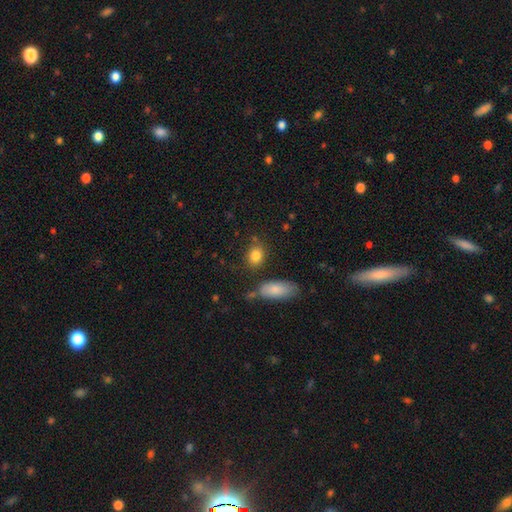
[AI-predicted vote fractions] Overall: smooth (84%). How rounded: in between (63%; round 34%). Merging: none (74%).